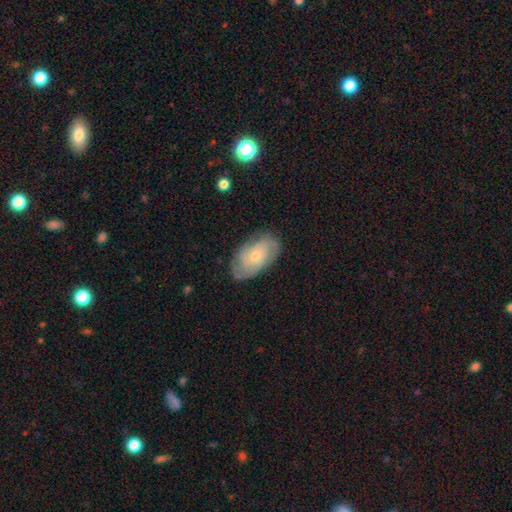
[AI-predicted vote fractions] Morphology: type=featured or disk (67%); edge-on=no (96%); bar=no (73%); spiral arms=yes (91%); winding=tight (53%); arm count=can't tell (32%); bulge=small (54%); merging=none (75%).